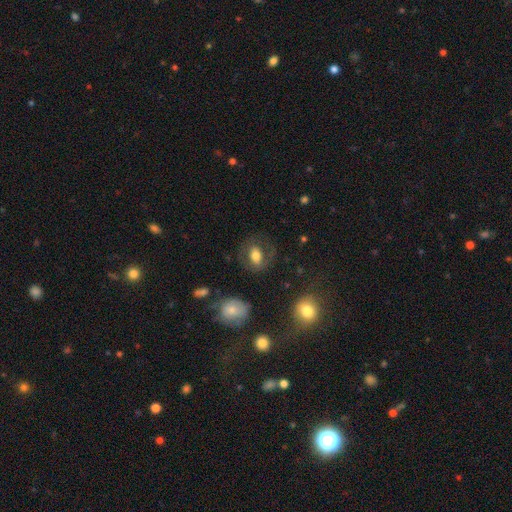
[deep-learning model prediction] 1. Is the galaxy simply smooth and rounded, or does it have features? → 57% smooth, 34% featured or disk, 9% star or artifact.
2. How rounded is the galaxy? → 64% in between, 35% round, 2% cigar-shaped.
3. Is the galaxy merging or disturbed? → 70% none, 14% minor disturbance, 13% major disturbance, 2% merger.